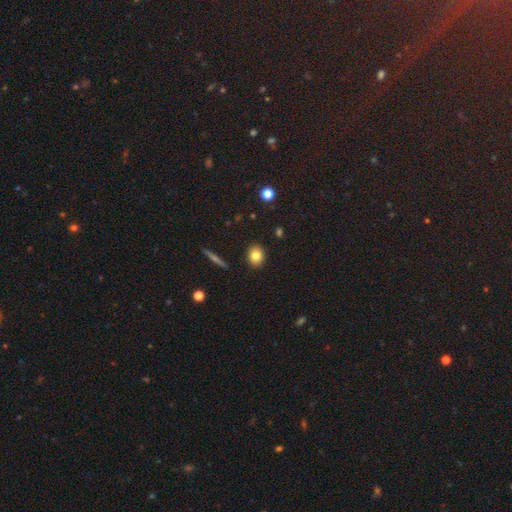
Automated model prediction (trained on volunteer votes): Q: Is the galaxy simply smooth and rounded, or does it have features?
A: smooth — 81%.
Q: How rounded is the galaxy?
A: round — 53%.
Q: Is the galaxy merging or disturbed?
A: none — 90%.